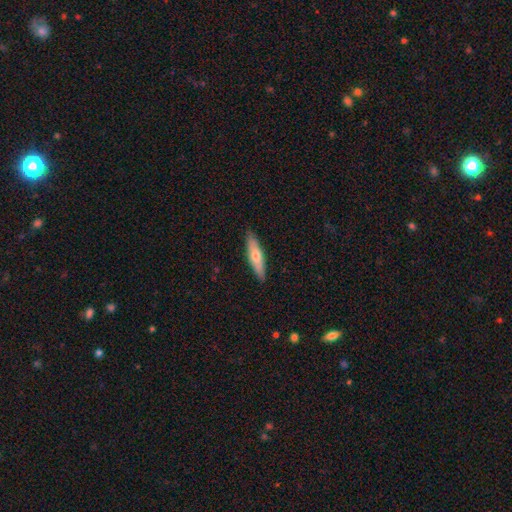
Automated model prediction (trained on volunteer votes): smooth_or_featured: smooth (p=0.60) [alt: featured or disk p=0.35]
how_rounded: cigar-shaped (p=0.72) [alt: in between p=0.27]
merging: none (p=0.88) [alt: minor disturbance p=0.09]